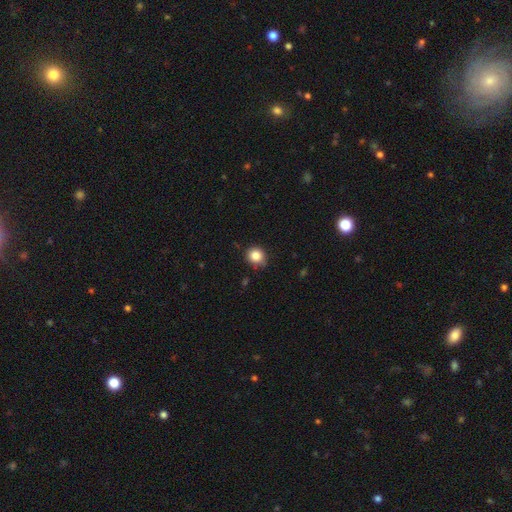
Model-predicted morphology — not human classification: A smooth galaxy with no disk features (84%) that is round (86%). Merging: none (82%).